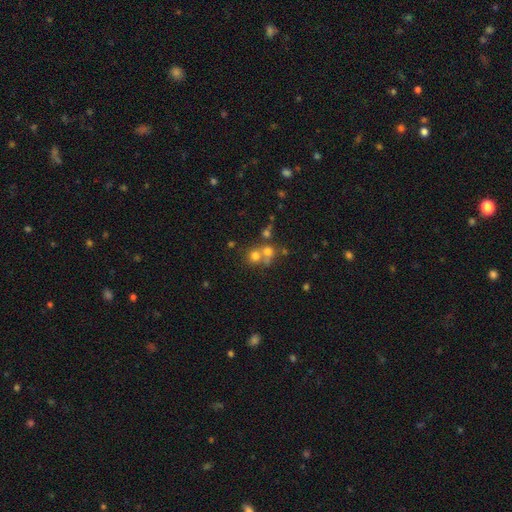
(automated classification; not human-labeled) smooth-or-featured: smooth: 66% | featured or disk: 17% | star or artifact: 17%
  how-rounded: round: 83% | in between: 16% | cigar-shaped: 1%
  merging: merger: 48% | none: 41% | minor disturbance: 7% | major disturbance: 4%